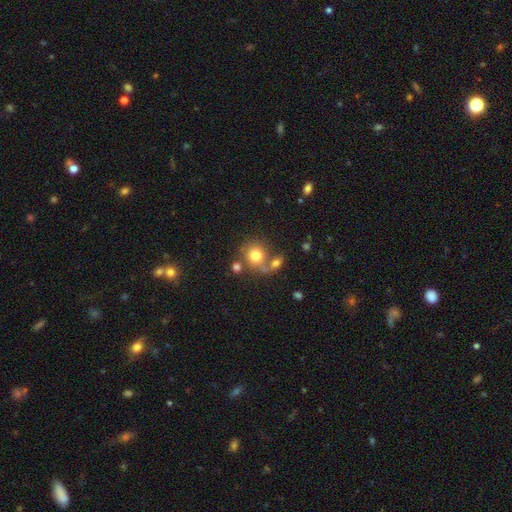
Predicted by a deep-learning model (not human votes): smooth 75%, featured or disk 14%, star or artifact 11%. Down the decision tree: how rounded — round (80%); merging — none (51%).